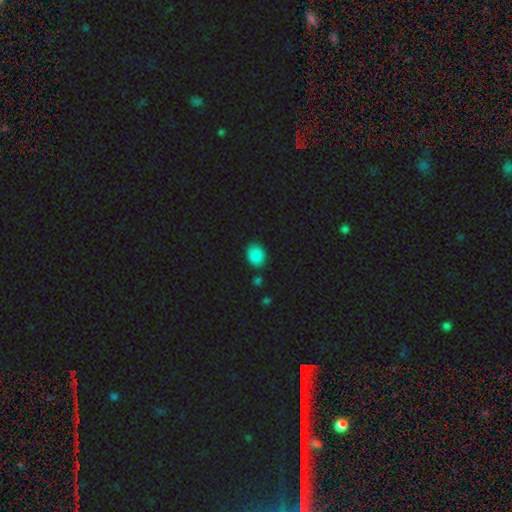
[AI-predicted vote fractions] Smooth or featured? smooth (87%)
How rounded? in between (53%)
Merging? none (81%)